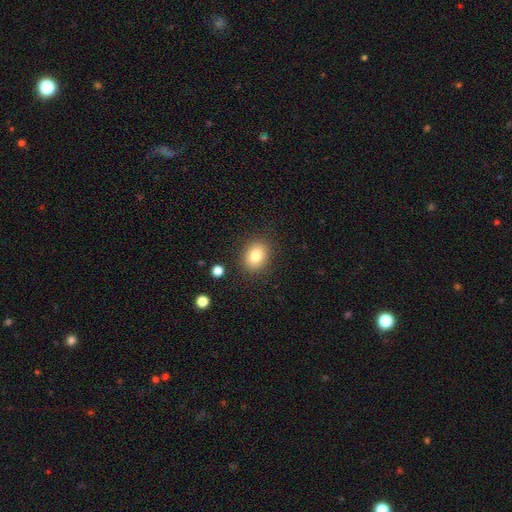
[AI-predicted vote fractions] Morphology: type=smooth (82%); roundness=in between (50%); merging=none (86%).